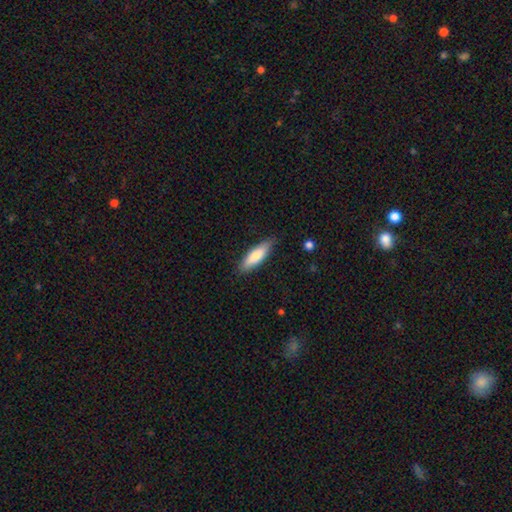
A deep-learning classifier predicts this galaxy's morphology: Smooth or featured?
  - smooth: 77% *
  - featured or disk: 18%
  - star or artifact: 5%
How rounded?
  - cigar-shaped: 56% *
  - in between: 43%
  - round: 2%
Merging?
  - none: 83% *
  - minor disturbance: 13%
  - major disturbance: 2%
  - merger: 1%